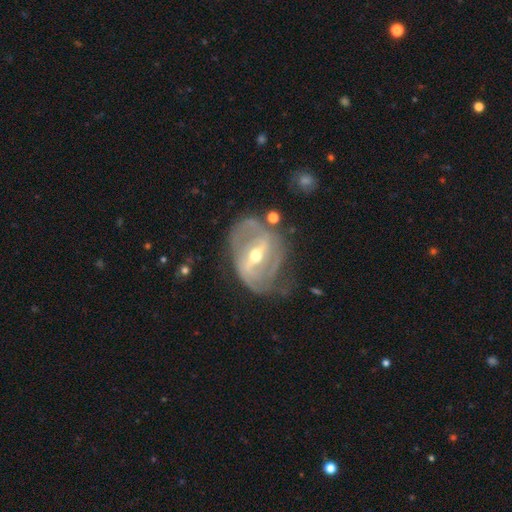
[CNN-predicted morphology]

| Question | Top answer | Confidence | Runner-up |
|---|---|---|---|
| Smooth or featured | featured or disk | 86% | smooth (8%) |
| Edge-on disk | no | 95% | yes (5%) |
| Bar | strong | 60% | weak (31%) |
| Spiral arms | yes | 86% | no (14%) |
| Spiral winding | tight | 41% | medium (39%) |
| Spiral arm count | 2 | 54% | can't tell (23%) |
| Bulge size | moderate | 63% | small (32%) |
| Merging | none | 54% | minor disturbance (25%) |